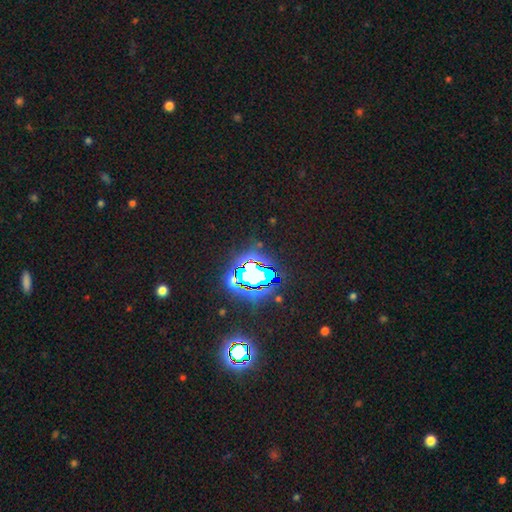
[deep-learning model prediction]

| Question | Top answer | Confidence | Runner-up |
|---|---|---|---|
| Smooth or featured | star or artifact | 85% | smooth (8%) |